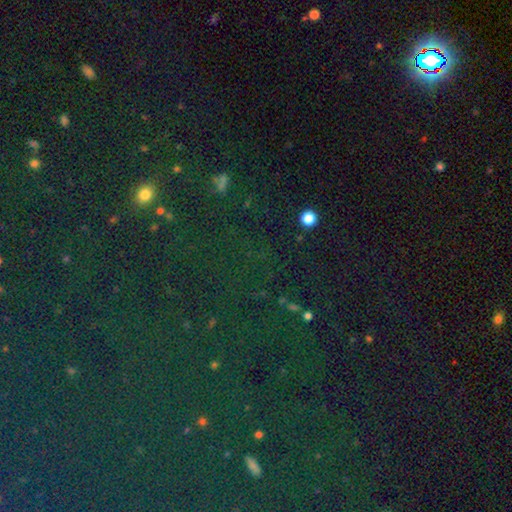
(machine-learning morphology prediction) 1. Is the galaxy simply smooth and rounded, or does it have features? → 77% star or artifact, 16% smooth, 7% featured or disk.